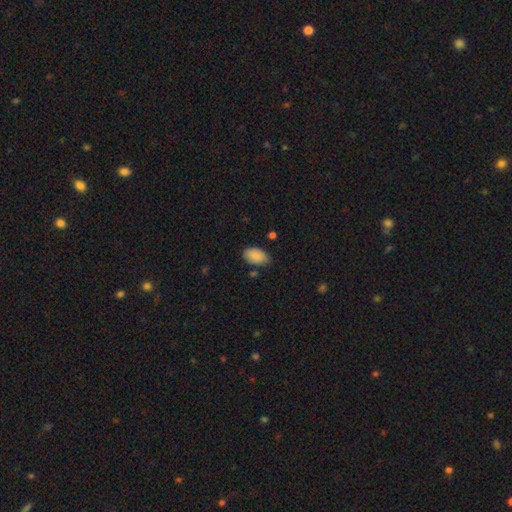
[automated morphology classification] Smooth or featured?
  - smooth: 88% *
  - star or artifact: 7%
  - featured or disk: 4%
How rounded?
  - in between: 93% *
  - round: 5%
  - cigar-shaped: 2%
Merging?
  - none: 72% *
  - minor disturbance: 21%
  - major disturbance: 4%
  - merger: 3%